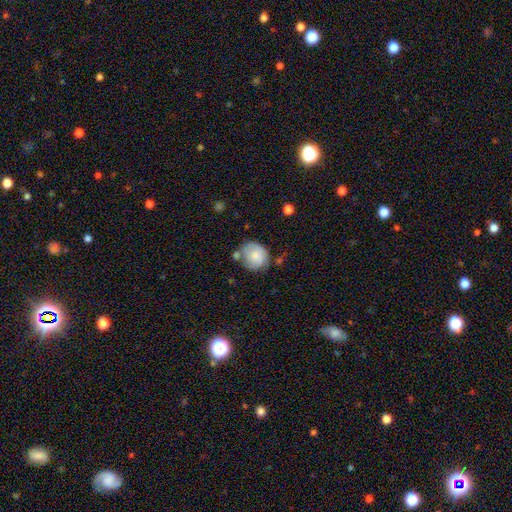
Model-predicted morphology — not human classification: smooth 71%, featured or disk 22%, star or artifact 7%. Down the decision tree: how rounded — round (73%); merging — none (54%).